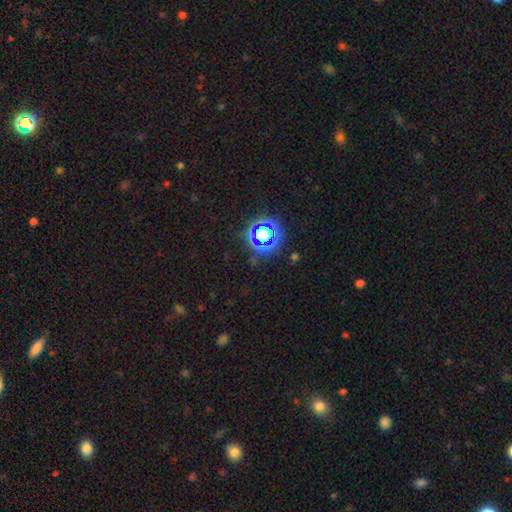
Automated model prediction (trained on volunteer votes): Morphology: type=star or artifact (74%).